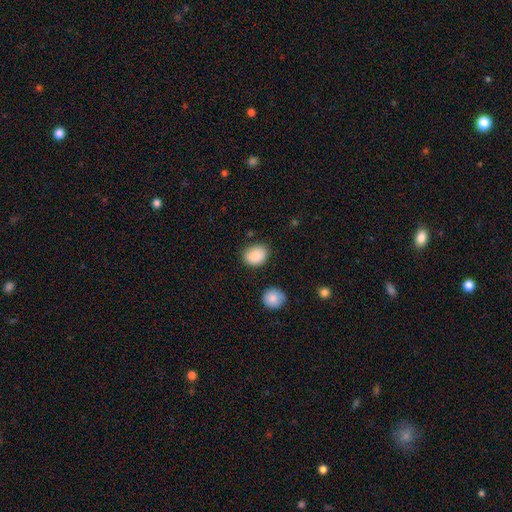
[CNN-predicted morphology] Smooth or featured? Predicted: smooth (p=0.88). How rounded? Predicted: in between (p=0.53). Merging? Predicted: none (p=0.80).